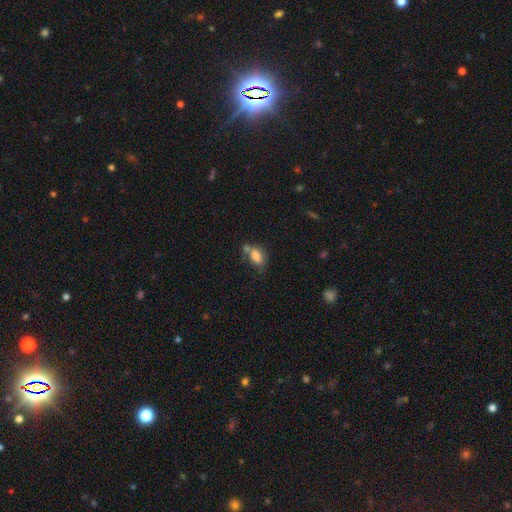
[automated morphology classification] Overall: smooth (77%). How rounded: in between (84%). Merging: none (38%; merger 33%).